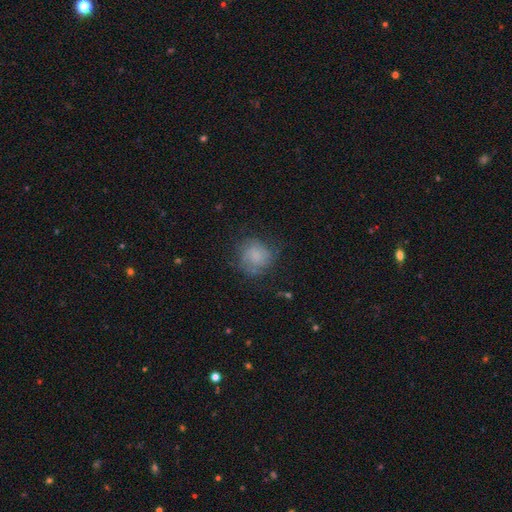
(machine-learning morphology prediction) smooth-or-featured: smooth: 61% | featured or disk: 29% | star or artifact: 10%
  how-rounded: round: 82% | in between: 17% | cigar-shaped: 1%
  merging: none: 62% | minor disturbance: 23% | major disturbance: 13% | merger: 2%